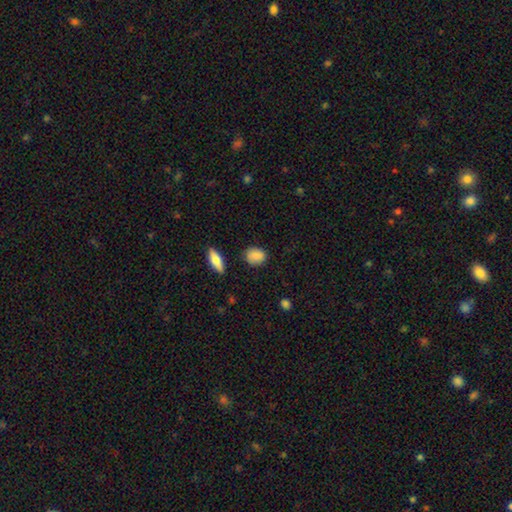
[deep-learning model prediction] Smooth or featured: smooth — 84% (featured or disk — 8%)
How rounded: round — 55% (in between — 43%)
Merging: none — 82% (minor disturbance — 13%)